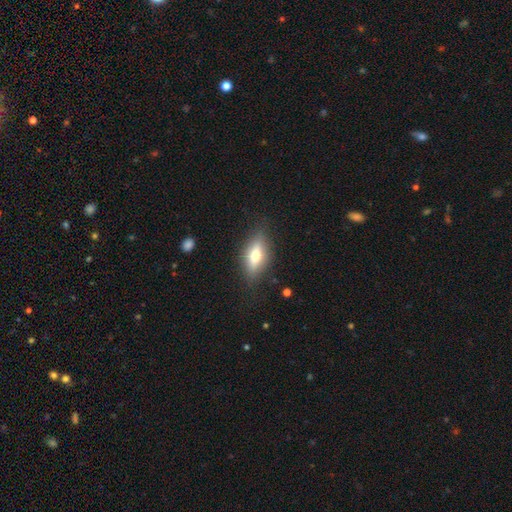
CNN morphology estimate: smooth_or_featured: smooth (p=0.54) [alt: featured or disk p=0.39]
how_rounded: in between (p=0.71) [alt: cigar-shaped p=0.24]
merging: none (p=0.82) [alt: minor disturbance p=0.13]